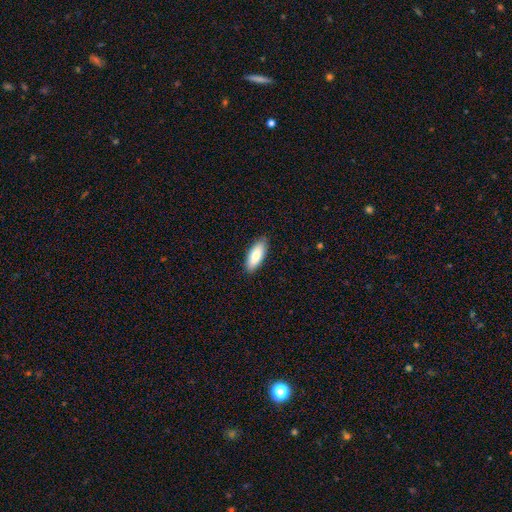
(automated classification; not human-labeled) A smooth galaxy with no disk features (83%) that is in between round and cigar-shaped (79%). Merging: none (88%).